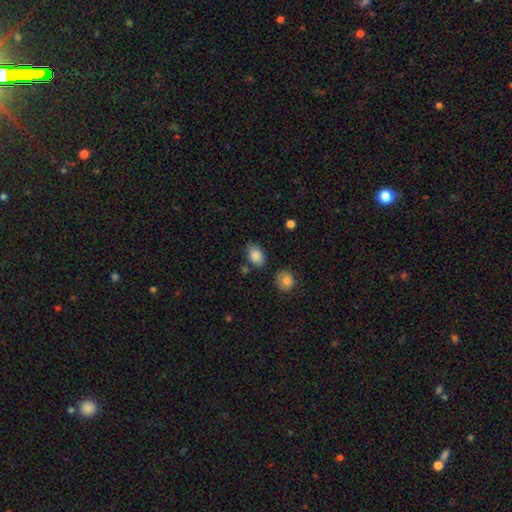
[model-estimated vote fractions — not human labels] smooth_or_featured: smooth (p=0.86) [alt: star or artifact p=0.08]
how_rounded: in between (p=0.82) [alt: round p=0.17]
merging: none (p=0.73) [alt: minor disturbance p=0.18]